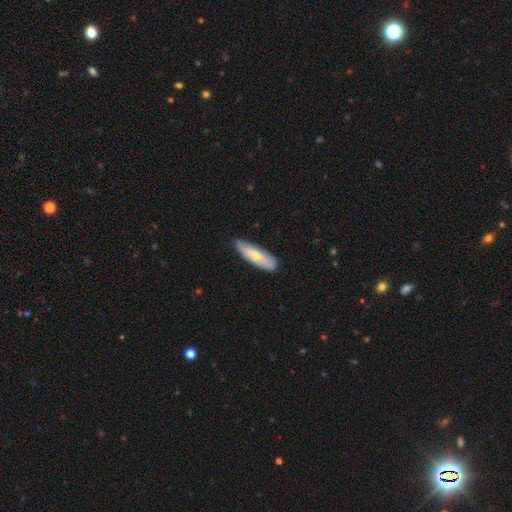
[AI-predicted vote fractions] The model was most divided on "how rounded": cigar-shaped: 52%, in between: 46%, round: 2%. More confident: merging — none (79%); smooth or featured — smooth (66%).